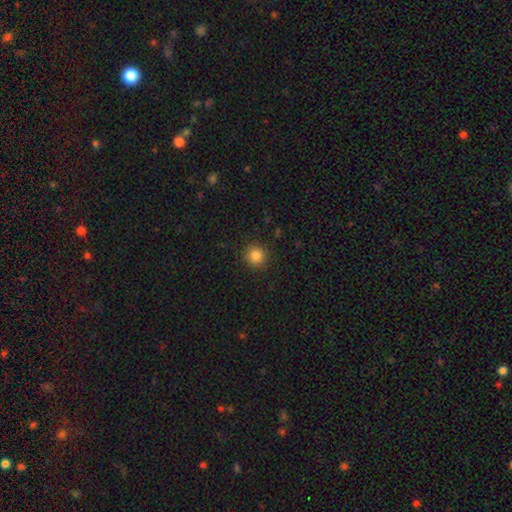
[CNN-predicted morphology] Smooth or featured? smooth (85%)
How rounded? round (92%)
Merging? none (90%)